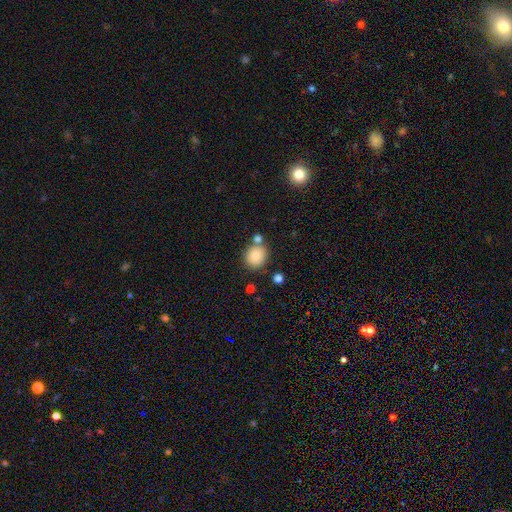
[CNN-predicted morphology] type=smooth (85%); roundness=round (78%); merging=none (71%).